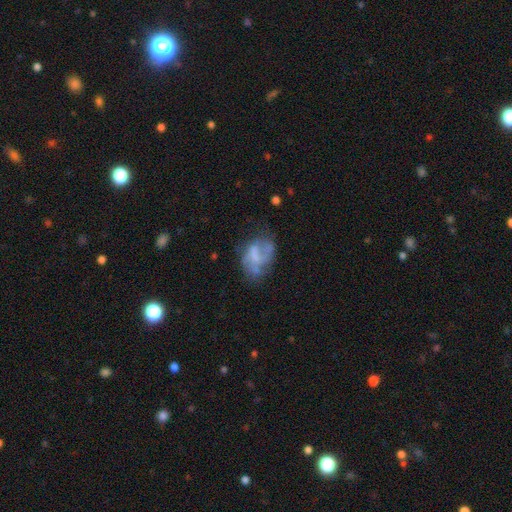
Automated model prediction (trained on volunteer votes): A featured or disk galaxy (49%). Merging: none (37%).